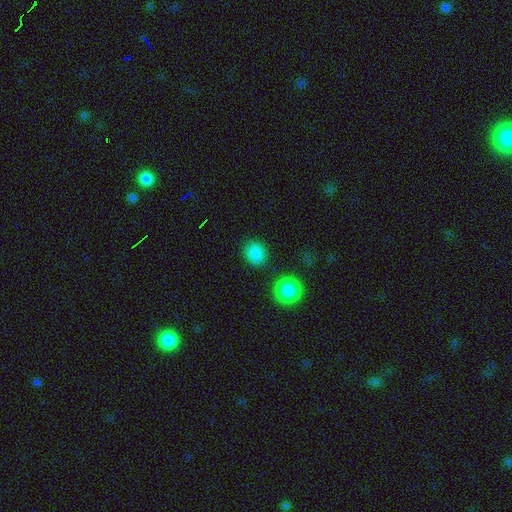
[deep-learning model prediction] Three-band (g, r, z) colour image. It shows a smooth galaxy with no disk features (86%) that is round (80%). Merging: none (85%).